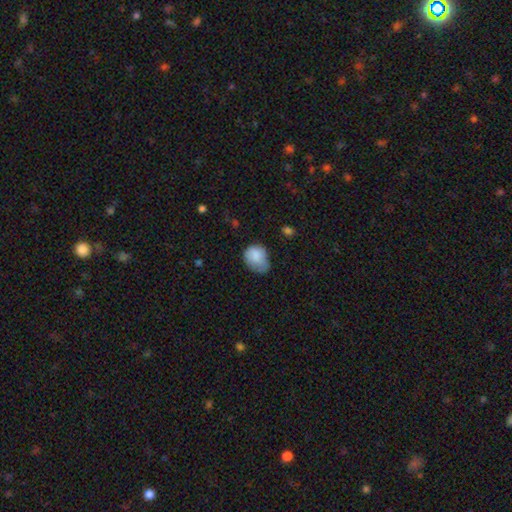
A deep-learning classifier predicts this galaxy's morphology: Overall: smooth (82%). How rounded: in between (57%; round 42%). Merging: minor disturbance (45%; none 35%).